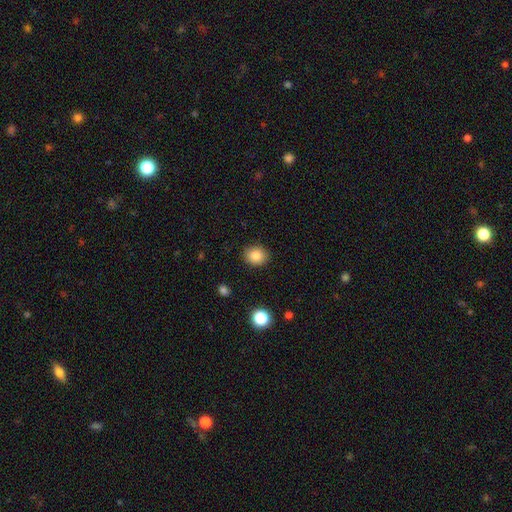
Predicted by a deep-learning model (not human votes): Smooth or featured? smooth (85%)
How rounded? round (64%)
Merging? none (89%)